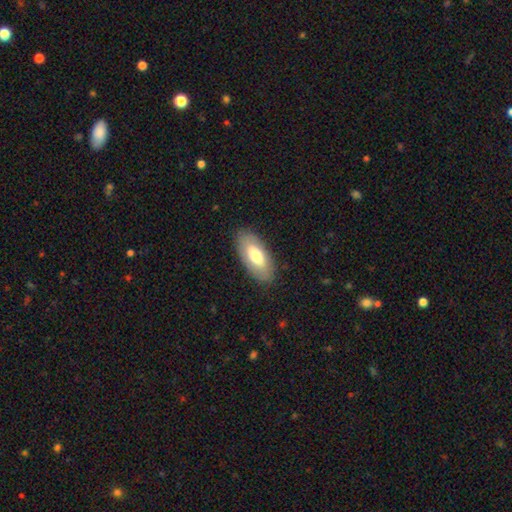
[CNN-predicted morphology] type=smooth (69%); roundness=in between (89%); merging=none (86%).